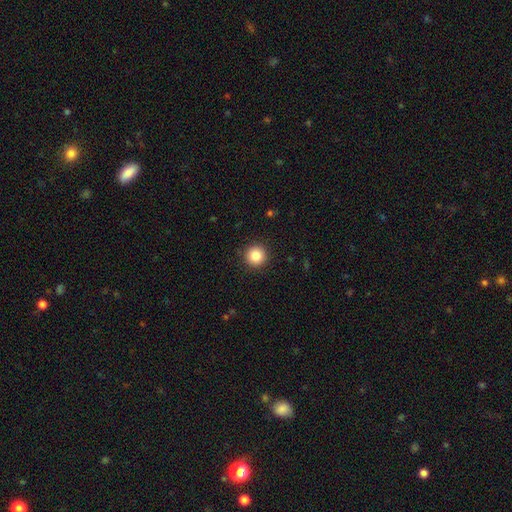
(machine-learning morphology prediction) This appears to be a smooth galaxy with no disk features (84%) that is round (96%). Merging: none (92%).